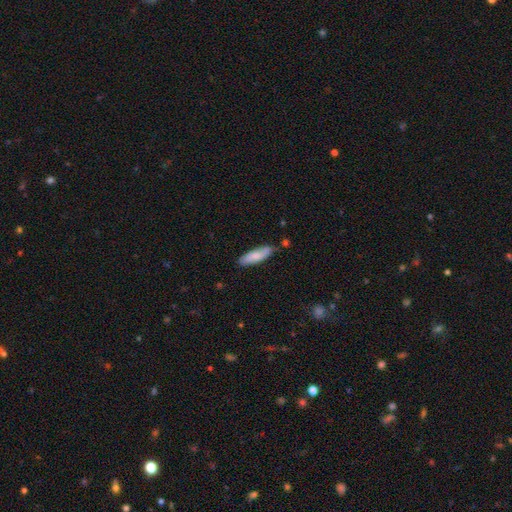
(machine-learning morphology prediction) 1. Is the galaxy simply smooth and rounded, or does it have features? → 79% smooth, 15% featured or disk, 6% star or artifact.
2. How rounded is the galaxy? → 52% cigar-shaped, 46% in between, 2% round.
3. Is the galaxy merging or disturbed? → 77% none, 17% minor disturbance, 4% merger, 3% major disturbance.